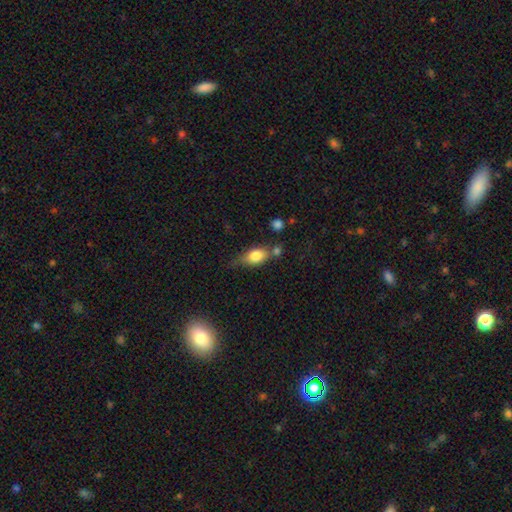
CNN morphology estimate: A smooth galaxy with no disk features (74%) that is in between round and cigar-shaped (78%).

Vote fractions:
- Smooth or featured? smooth: 74% / featured or disk: 17% / star or artifact: 8%
- How rounded? in between: 78% / round: 13% / cigar-shaped: 9%
- Merging? none: 47% / minor disturbance: 26% / merger: 17% / major disturbance: 10%